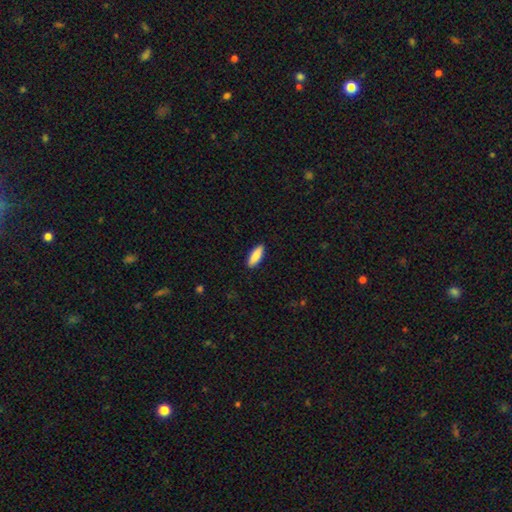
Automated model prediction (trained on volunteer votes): Smooth or featured? smooth (88%)
How rounded? in between (57%)
Merging? none (90%)